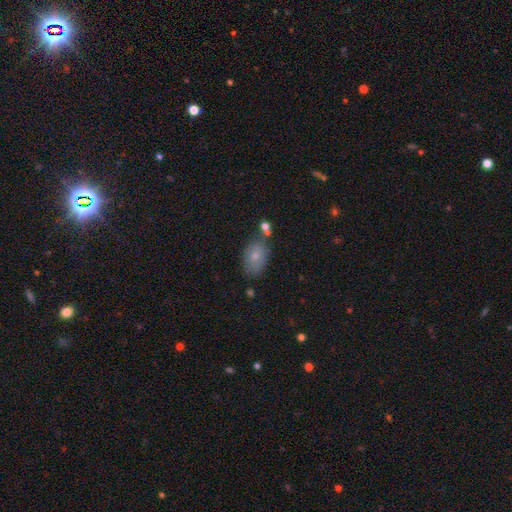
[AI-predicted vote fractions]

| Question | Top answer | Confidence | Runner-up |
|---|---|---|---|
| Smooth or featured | smooth | 72% | featured or disk (19%) |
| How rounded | in between | 87% | round (11%) |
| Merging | none | 68% | minor disturbance (19%) |